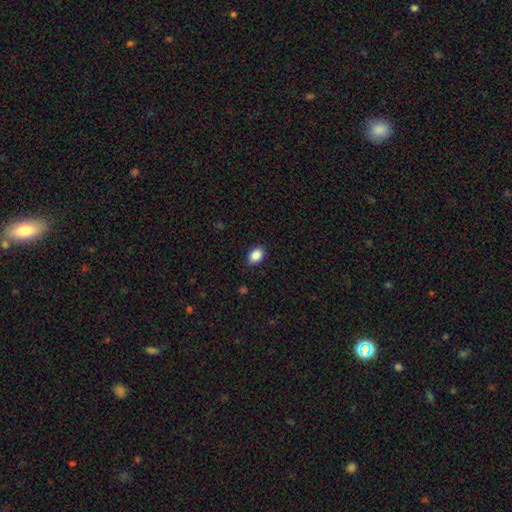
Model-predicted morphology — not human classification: smooth-or-featured: smooth: 89% | star or artifact: 8% | featured or disk: 3%
  how-rounded: in between: 79% | round: 20% | cigar-shaped: 1%
  merging: none: 87% | minor disturbance: 10% | major disturbance: 2% | merger: 1%